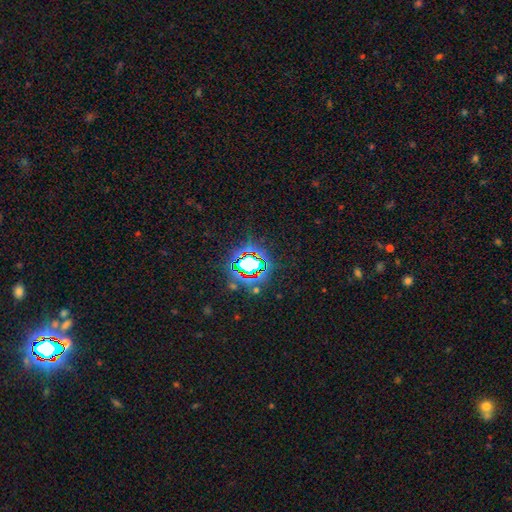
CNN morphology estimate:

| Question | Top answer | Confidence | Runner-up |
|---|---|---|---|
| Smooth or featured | star or artifact | 75% | smooth (15%) |